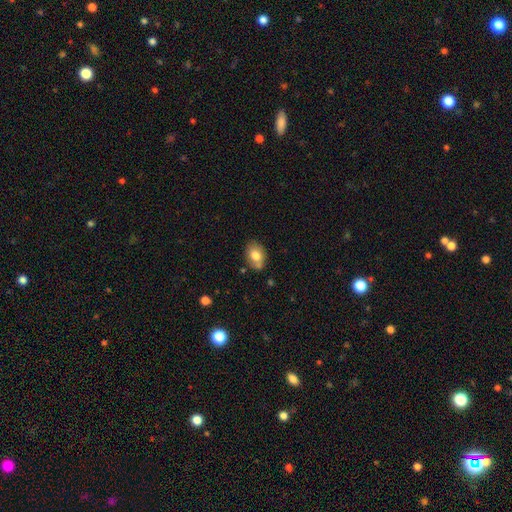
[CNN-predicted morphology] Smooth or featured? Predicted: smooth (p=0.75). How rounded? Predicted: in between (p=0.80). Merging? Predicted: none (p=0.71).